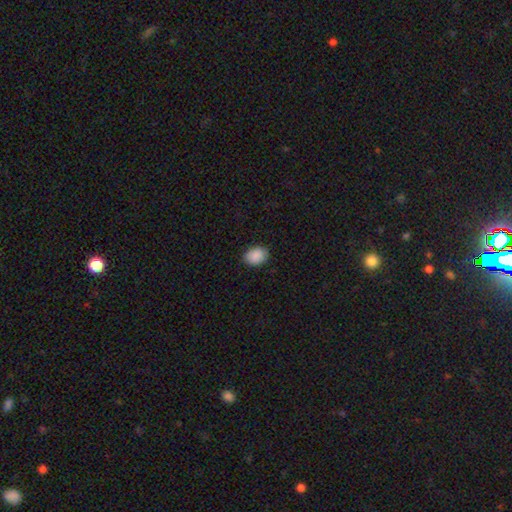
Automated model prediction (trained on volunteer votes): This appears to be a smooth galaxy with no disk features (90%) that is in between round and cigar-shaped (74%). Merging: none (87%).